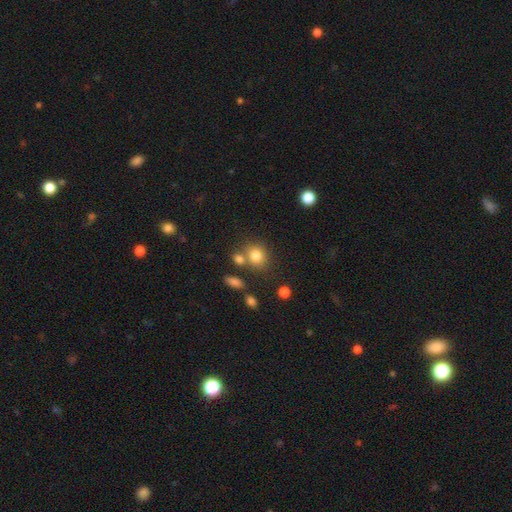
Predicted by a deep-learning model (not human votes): The model was most divided on "merging": none: 63%, merger: 21%, minor disturbance: 12%, major disturbance: 5%. More confident: smooth or featured — smooth (79%); how rounded — round (72%).